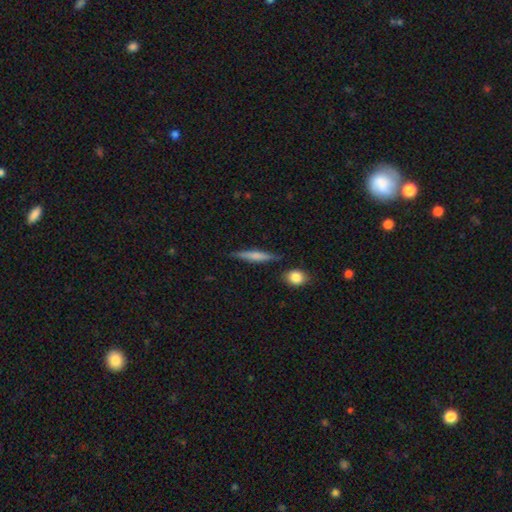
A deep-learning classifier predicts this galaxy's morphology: type=smooth (53%); roundness=cigar-shaped (86%); merging=none (83%).